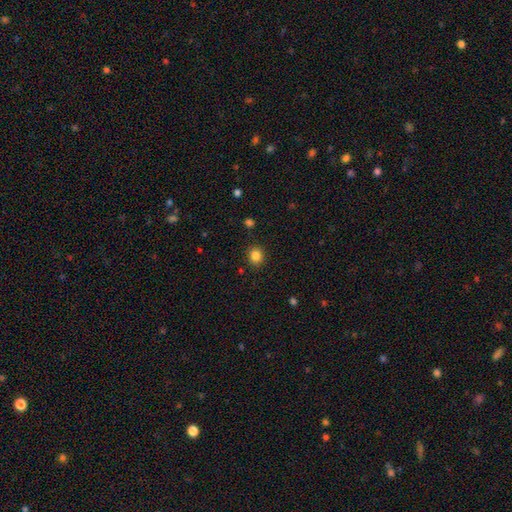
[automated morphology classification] A smooth galaxy with no disk features (85%) that is round (76%). Merging: none (89%).